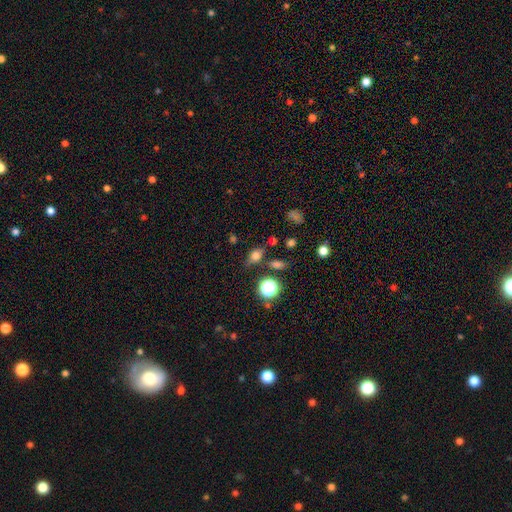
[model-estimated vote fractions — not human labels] smooth_or_featured: smooth (p=0.70) [alt: star or artifact p=0.17]
how_rounded: in between (p=0.66) [alt: round p=0.30]
merging: none (p=0.71) [alt: minor disturbance p=0.17]